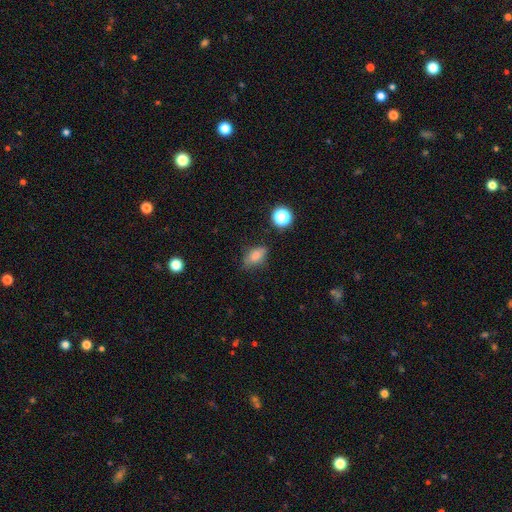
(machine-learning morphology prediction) This is likely a smooth galaxy (80%). How rounded: clearly in between (83%). Merging: likely none (68%).